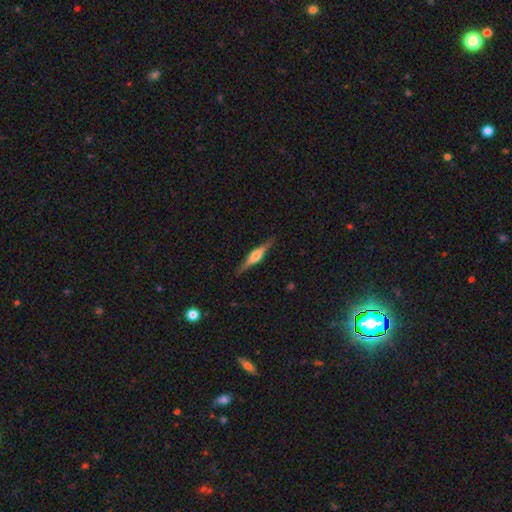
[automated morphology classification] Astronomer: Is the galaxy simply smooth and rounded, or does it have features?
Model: featured or disk — 79%.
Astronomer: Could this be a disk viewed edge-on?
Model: yes — 98%.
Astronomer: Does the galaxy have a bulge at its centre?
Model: rounded — 85%.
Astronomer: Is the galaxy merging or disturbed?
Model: none — 90%.